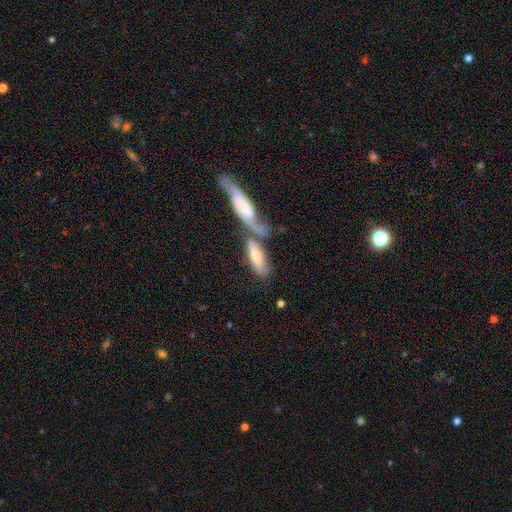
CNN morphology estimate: Q: Smooth or featured?
A: smooth (66%); runner-up: featured or disk (28%)
Q: How rounded?
A: cigar-shaped (49%); tied with: in between (49%)
Q: Merging?
A: merger (55%); runner-up: none (28%)